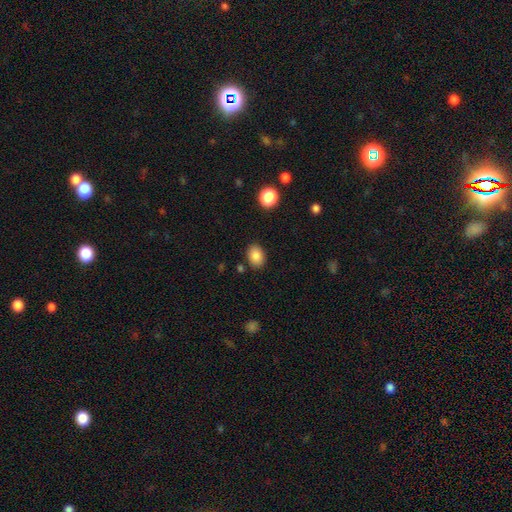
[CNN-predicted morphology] A smooth galaxy with no disk features (86%) that is in between round and cigar-shaped (70%). Merging: none (85%).